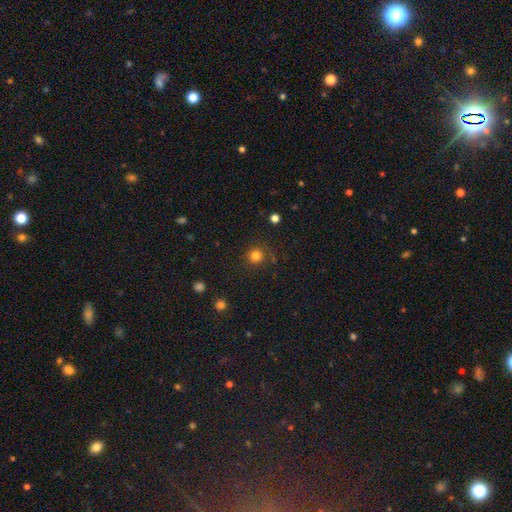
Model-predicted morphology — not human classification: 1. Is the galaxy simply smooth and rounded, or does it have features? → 81% smooth, 14% star or artifact, 5% featured or disk.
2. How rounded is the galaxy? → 93% round, 6% in between, 1% cigar-shaped.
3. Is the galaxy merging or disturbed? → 85% none, 9% minor disturbance, 4% major disturbance, 2% merger.